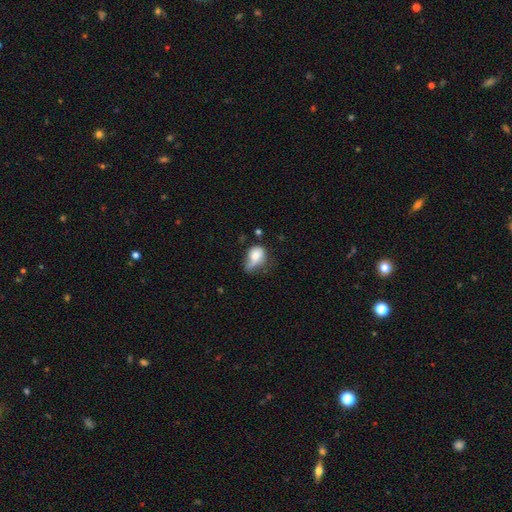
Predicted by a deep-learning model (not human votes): Smooth or featured: smooth — 69% (featured or disk — 22%)
How rounded: in between — 70% (round — 28%)
Merging: minor disturbance — 35% (major disturbance — 28%)